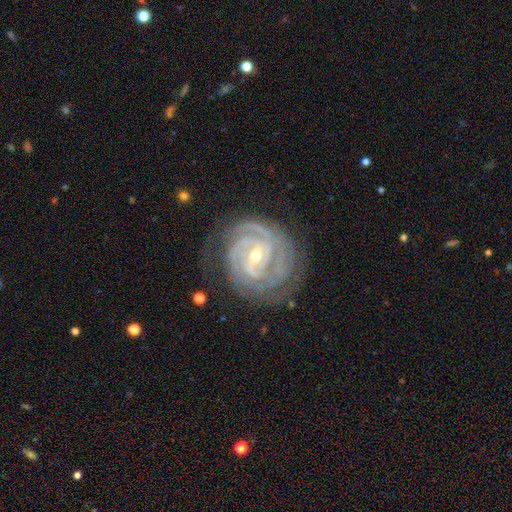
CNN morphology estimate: Smooth or featured: featured or disk — 92% (star or artifact — 4%)
Edge-on disk: no — 97% (yes — 3%)
Bar: weak — 47% (strong — 28%)
Spiral arms: yes — 98% (no — 2%)
Spiral winding: tight — 79% (medium — 18%)
Spiral arm count: 3 — 32% (2 — 21%)
Bulge size: small — 54% (moderate — 43%)
Merging: none — 74% (minor disturbance — 18%)